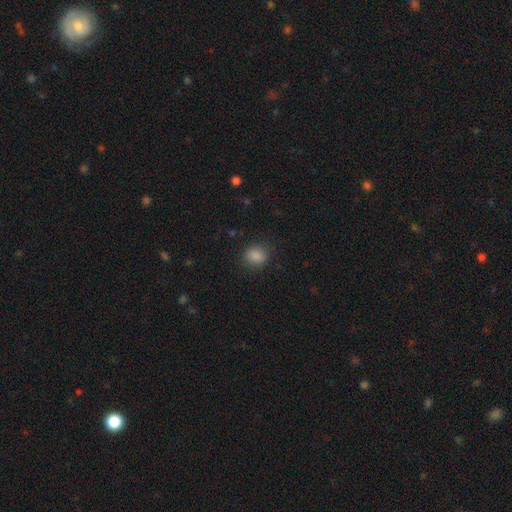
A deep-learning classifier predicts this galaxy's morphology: type=smooth (86%); roundness=round (57%); merging=none (84%).